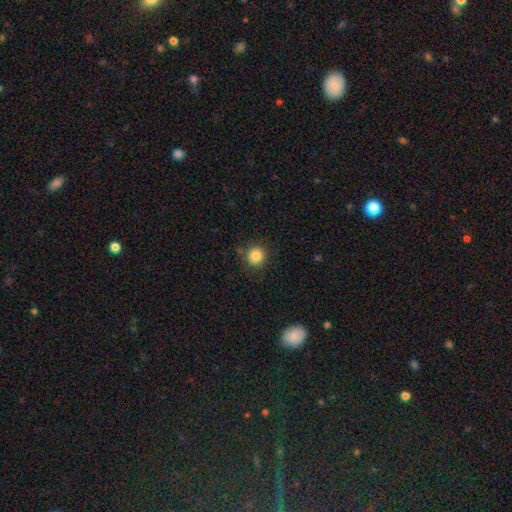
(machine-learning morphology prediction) Smooth or featured: smooth — 85% (star or artifact — 11%)
How rounded: round — 92% (in between — 7%)
Merging: none — 87% (minor disturbance — 8%)